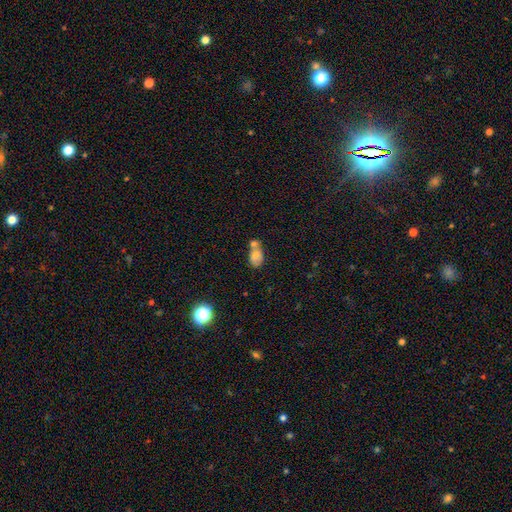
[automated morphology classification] Smooth or featured: smooth — 71% (featured or disk — 18%)
How rounded: in between — 86% (round — 12%)
Merging: merger — 47% (none — 32%)